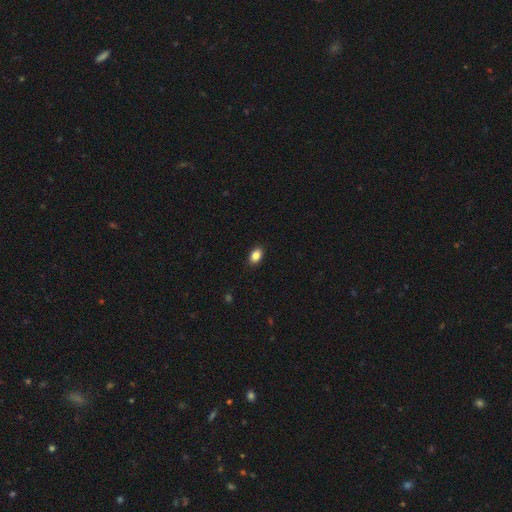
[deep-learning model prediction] smooth 86%, star or artifact 9%, featured or disk 5%. Down the decision tree: how rounded — in between (85%); merging — none (90%).